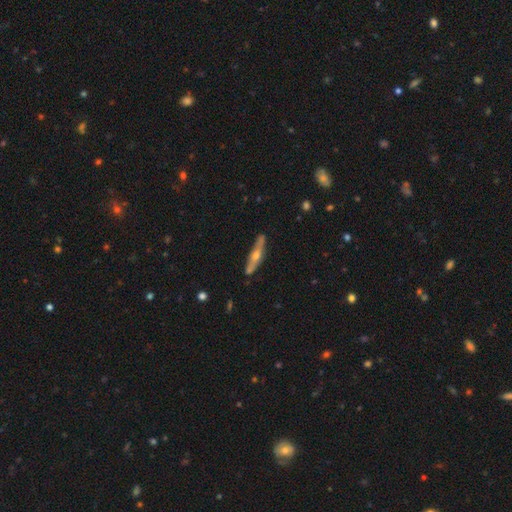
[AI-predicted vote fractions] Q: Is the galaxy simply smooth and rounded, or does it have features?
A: featured or disk — 65%.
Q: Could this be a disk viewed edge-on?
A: yes — 90%.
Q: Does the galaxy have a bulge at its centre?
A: rounded — 90%.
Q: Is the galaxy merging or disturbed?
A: none — 84%.